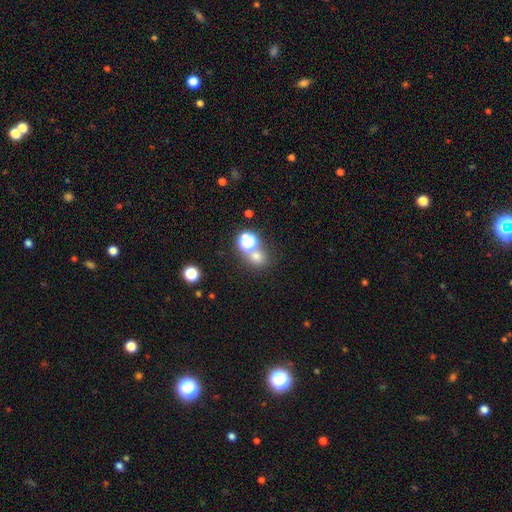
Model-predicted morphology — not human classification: A smooth galaxy with no disk features (65%) that is round (80%).

Vote fractions:
- Smooth or featured? smooth: 65% / star or artifact: 27% / featured or disk: 8%
- How rounded? round: 80% / in between: 19% / cigar-shaped: 1%
- Merging? none: 61% / merger: 28% / minor disturbance: 8% / major disturbance: 4%